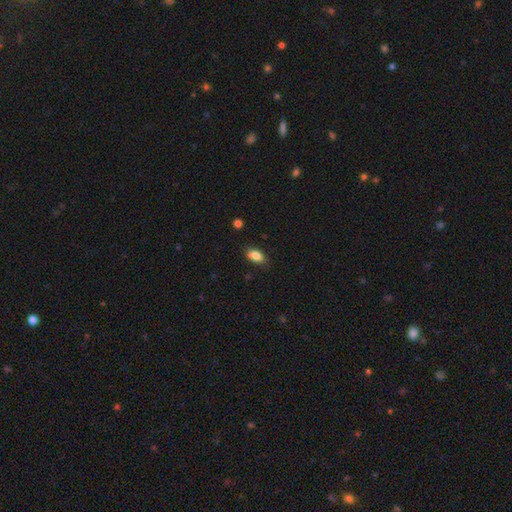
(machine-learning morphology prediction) Smooth or featured?
  - smooth: 85% *
  - star or artifact: 8%
  - featured or disk: 7%
How rounded?
  - in between: 89% *
  - round: 7%
  - cigar-shaped: 4%
Merging?
  - none: 80% *
  - minor disturbance: 15%
  - major disturbance: 3%
  - merger: 2%